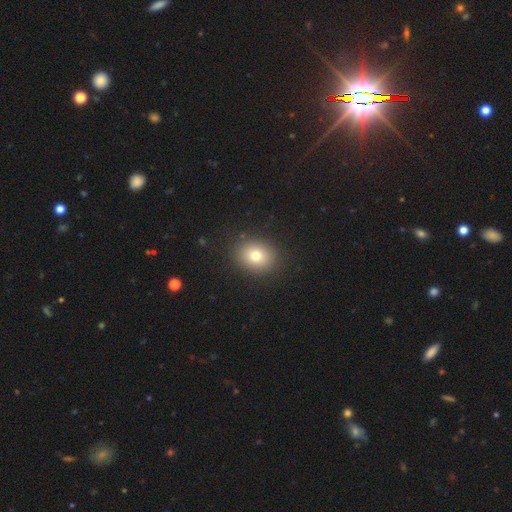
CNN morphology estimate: smooth_or_featured: smooth (p=0.77) [alt: star or artifact p=0.12]
how_rounded: round (p=0.54) [alt: in between p=0.45]
merging: none (p=0.89) [alt: minor disturbance p=0.07]